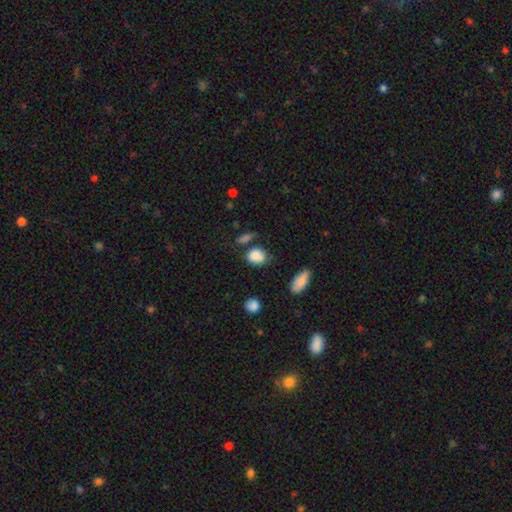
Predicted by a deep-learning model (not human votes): smooth 83%, star or artifact 10%, featured or disk 7%. Down the decision tree: how rounded — in between (52%); merging — none (55%).